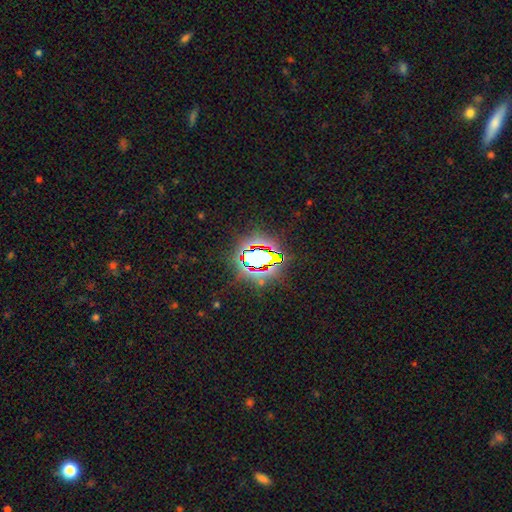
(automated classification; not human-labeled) Smooth or featured: star or artifact — 72% (smooth — 17%)